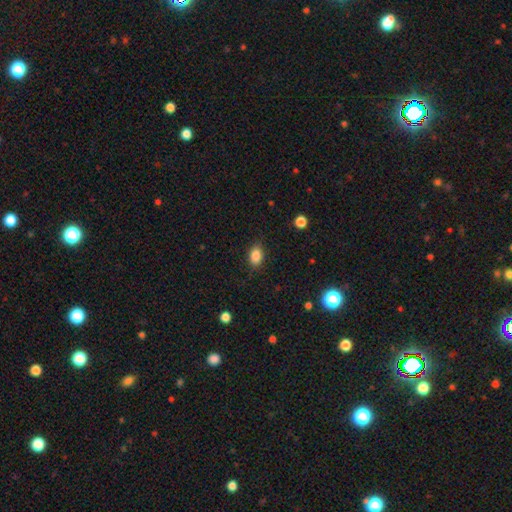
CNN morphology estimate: smooth-or-featured: smooth: 86% | star or artifact: 9% | featured or disk: 5%
  how-rounded: in between: 81% | round: 17% | cigar-shaped: 2%
  merging: none: 85% | minor disturbance: 11% | major disturbance: 3% | merger: 1%